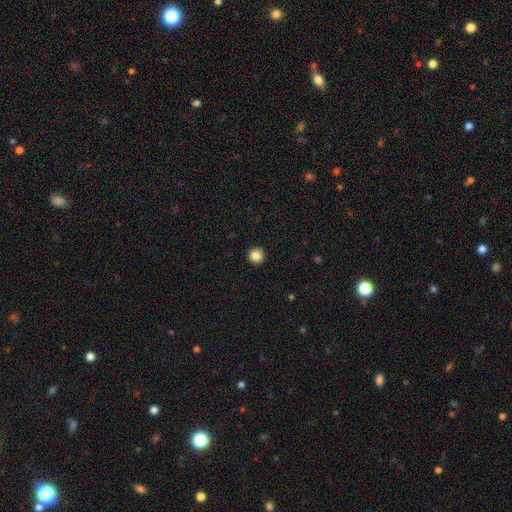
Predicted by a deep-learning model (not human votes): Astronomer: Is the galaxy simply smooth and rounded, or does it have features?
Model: smooth — 85%.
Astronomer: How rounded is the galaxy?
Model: round — 94%.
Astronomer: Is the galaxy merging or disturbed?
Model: none — 92%.